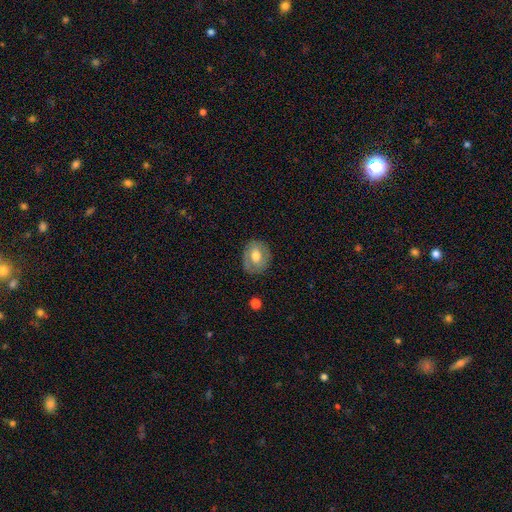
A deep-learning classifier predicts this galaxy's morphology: A smooth galaxy with no disk features (51%) that is round (56%). Merging: none (81%).